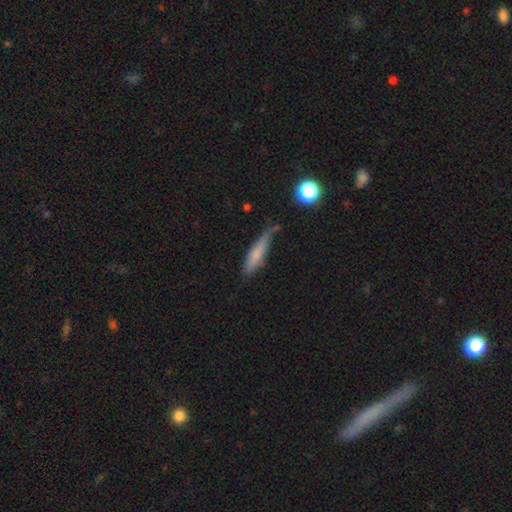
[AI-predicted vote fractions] Smooth or featured: smooth — 75% (featured or disk — 18%)
How rounded: cigar-shaped — 75% (in between — 23%)
Merging: none — 50% (minor disturbance — 33%)